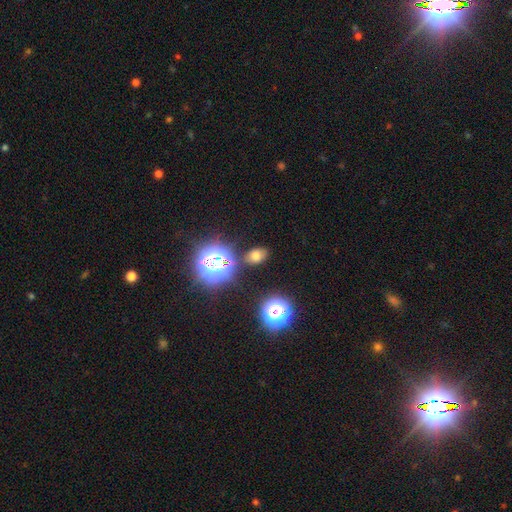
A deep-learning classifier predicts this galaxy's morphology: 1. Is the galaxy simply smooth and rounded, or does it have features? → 63% smooth, 28% star or artifact, 9% featured or disk.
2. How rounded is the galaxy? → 71% in between, 28% round, 1% cigar-shaped.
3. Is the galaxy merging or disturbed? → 82% none, 11% minor disturbance, 4% merger, 4% major disturbance.